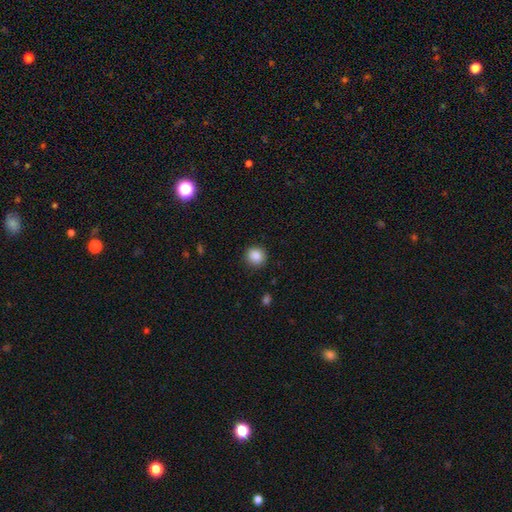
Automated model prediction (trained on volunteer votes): Smooth or featured? Predicted: smooth (p=0.87). How rounded? Predicted: round (p=0.93). Merging? Predicted: none (p=0.90).